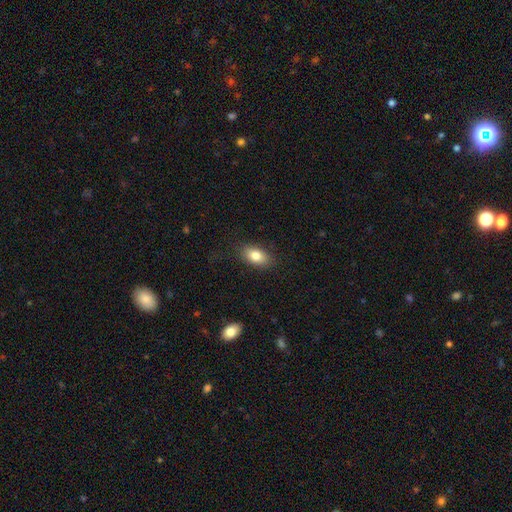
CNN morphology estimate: A smooth galaxy with no disk features (82%) that is in between round and cigar-shaped (88%).

Vote fractions:
- Smooth or featured? smooth: 82% / featured or disk: 10% / star or artifact: 8%
- How rounded? in between: 88% / round: 9% / cigar-shaped: 3%
- Merging? none: 84% / minor disturbance: 11% / major disturbance: 4% / merger: 1%